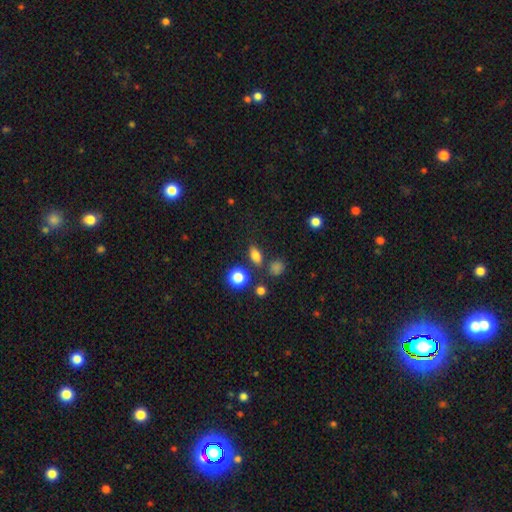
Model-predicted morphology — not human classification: Smooth or featured?
  - smooth: 79% *
  - star or artifact: 14%
  - featured or disk: 7%
How rounded?
  - in between: 73% *
  - round: 21%
  - cigar-shaped: 6%
Merging?
  - none: 78% *
  - minor disturbance: 11%
  - merger: 7%
  - major disturbance: 4%